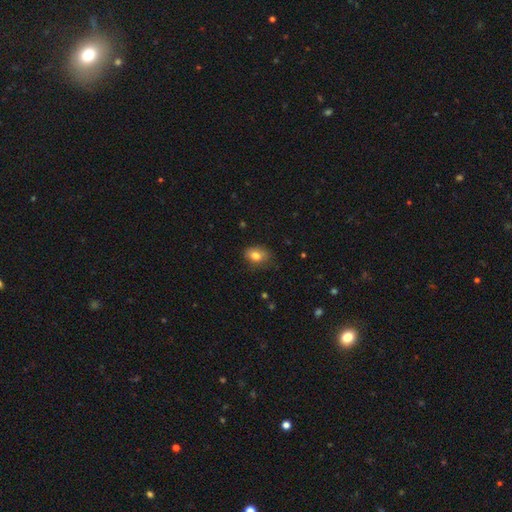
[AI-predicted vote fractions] A smooth galaxy with no disk features (82%) that is in between round and cigar-shaped (72%).

Vote fractions:
- Smooth or featured? smooth: 82% / star or artifact: 10% / featured or disk: 9%
- How rounded? in between: 72% / round: 27% / cigar-shaped: 1%
- Merging? none: 75% / minor disturbance: 20% / major disturbance: 4% / merger: 1%